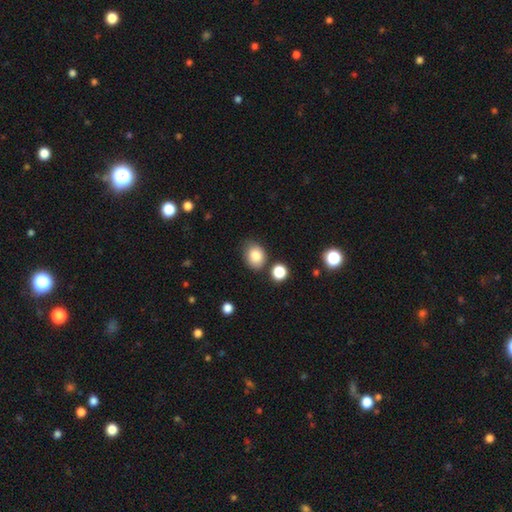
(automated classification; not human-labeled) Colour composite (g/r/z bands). It shows a smooth galaxy with no disk features (84%) that is in between round and cigar-shaped (54%). Merging: none (71%).